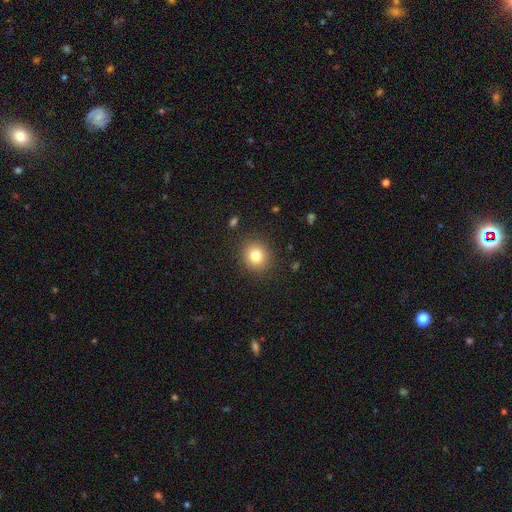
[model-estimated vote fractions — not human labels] smooth_or_featured: smooth (p=0.80) [alt: star or artifact p=0.12]
how_rounded: round (p=0.85) [alt: in between p=0.14]
merging: none (p=0.89) [alt: minor disturbance p=0.07]